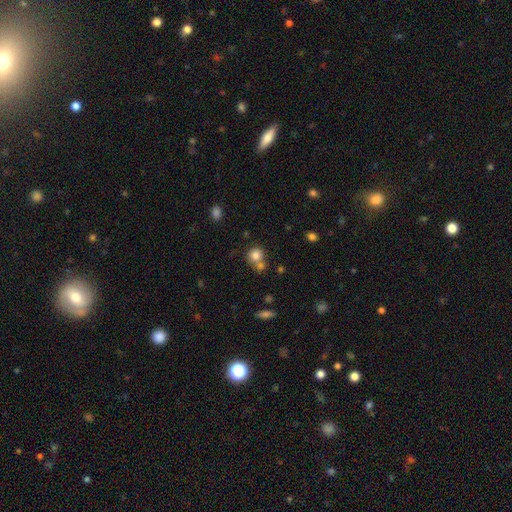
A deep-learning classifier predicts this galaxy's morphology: smooth 80%, star or artifact 11%, featured or disk 8%. Down the decision tree: how rounded — round (86%); merging — none (52%).